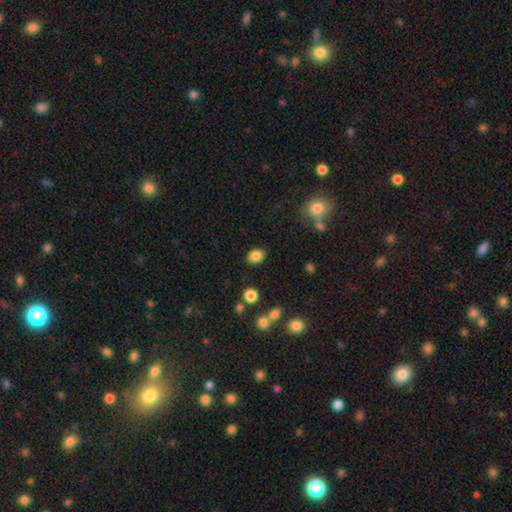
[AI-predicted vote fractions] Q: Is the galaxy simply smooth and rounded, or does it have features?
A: smooth — 85%.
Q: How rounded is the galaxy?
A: in between — 69%.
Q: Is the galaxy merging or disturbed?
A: none — 85%.